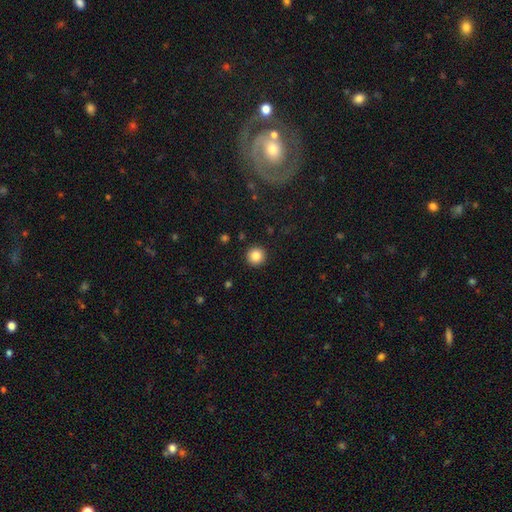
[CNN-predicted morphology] Smooth or featured: smooth — 85% (star or artifact — 10%)
How rounded: round — 95% (in between — 4%)
Merging: none — 92% (minor disturbance — 5%)